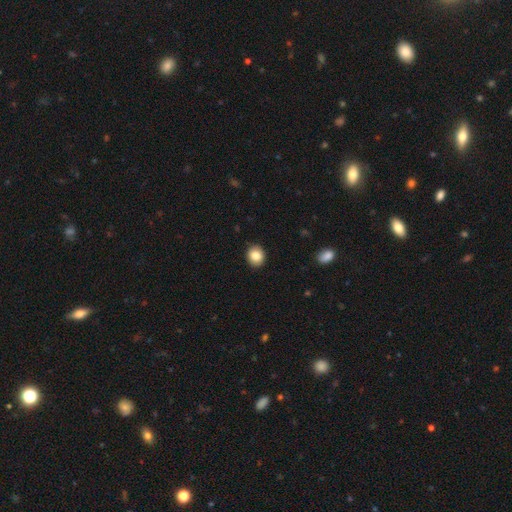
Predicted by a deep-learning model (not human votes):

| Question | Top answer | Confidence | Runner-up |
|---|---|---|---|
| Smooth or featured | smooth | 85% | star or artifact (8%) |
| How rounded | round | 66% | in between (33%) |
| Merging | none | 91% | minor disturbance (7%) |